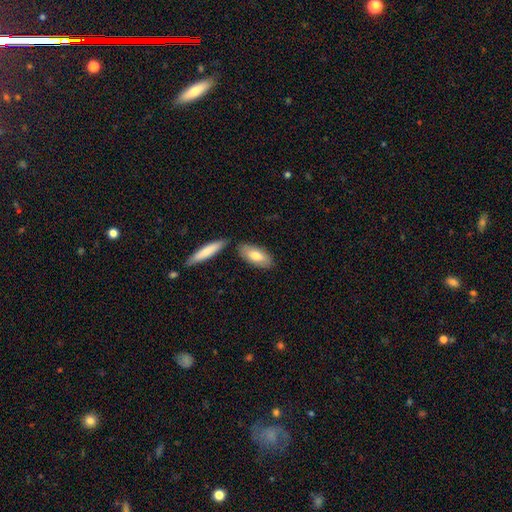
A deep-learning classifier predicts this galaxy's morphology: A smooth galaxy with no disk features (74%) that is in between round and cigar-shaped (77%). Merging: none (74%).